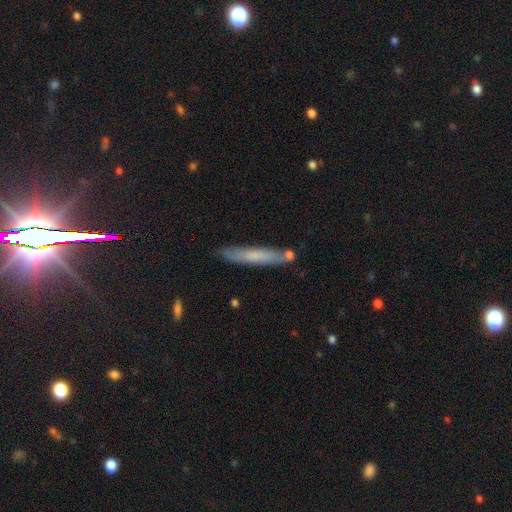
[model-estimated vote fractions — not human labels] Q: Smooth or featured?
A: smooth (60%); runner-up: featured or disk (33%)
Q: How rounded?
A: cigar-shaped (94%); runner-up: in between (5%)
Q: Merging?
A: none (80%); runner-up: minor disturbance (12%)